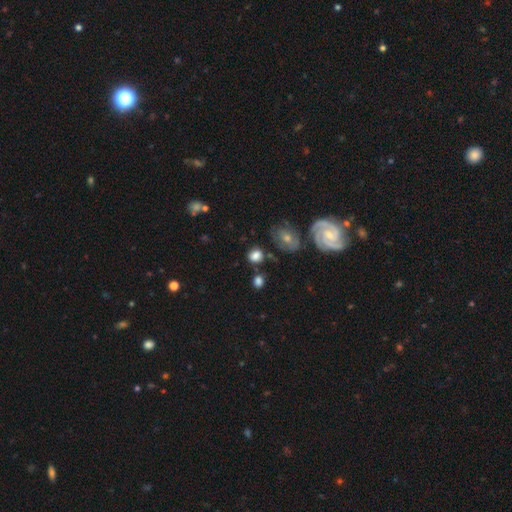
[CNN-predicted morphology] This appears to be a smooth galaxy with no disk features (74%) that is round (68%). Merging: none (70%).